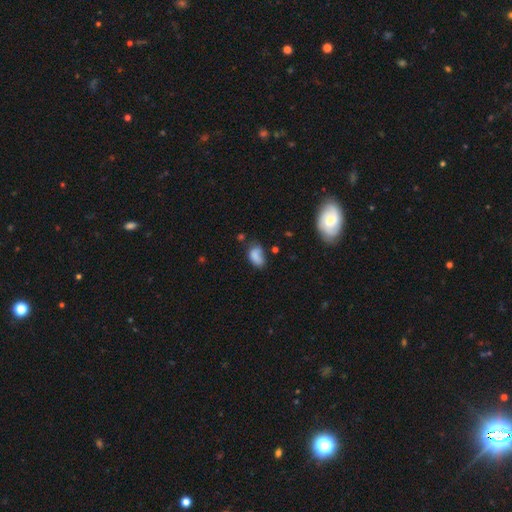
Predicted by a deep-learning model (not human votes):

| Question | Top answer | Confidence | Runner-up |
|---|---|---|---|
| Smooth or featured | smooth | 78% | featured or disk (11%) |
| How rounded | in between | 89% | round (10%) |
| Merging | none | 44% | minor disturbance (34%) |